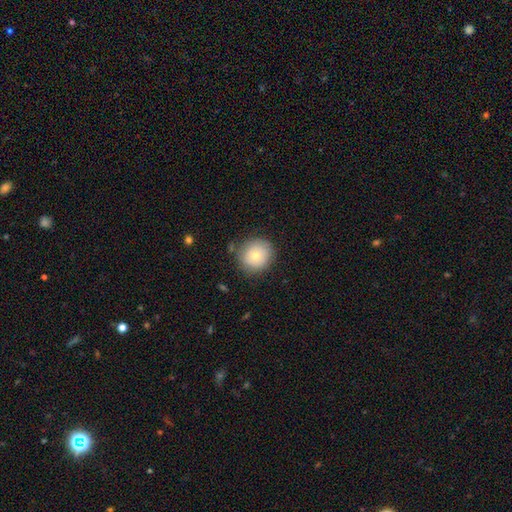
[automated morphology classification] smooth-or-featured: smooth: 74% | featured or disk: 18% | star or artifact: 9%
  how-rounded: round: 88% | in between: 11% | cigar-shaped: 1%
  merging: none: 81% | minor disturbance: 13% | major disturbance: 4% | merger: 2%